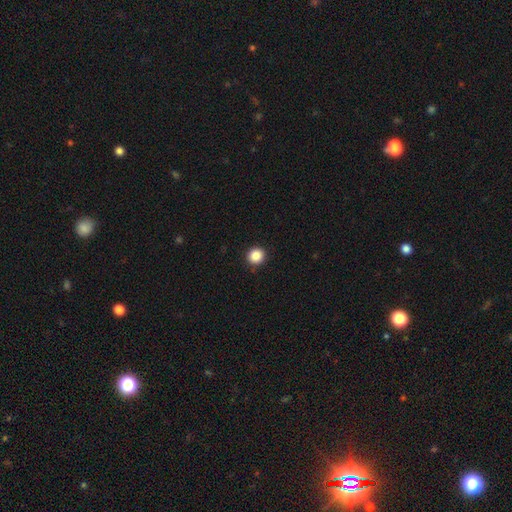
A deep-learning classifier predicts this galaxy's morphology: smooth_or_featured: smooth (p=0.87) [alt: star or artifact p=0.10]
how_rounded: round (p=0.92) [alt: in between p=0.07]
merging: none (p=0.92) [alt: minor disturbance p=0.05]